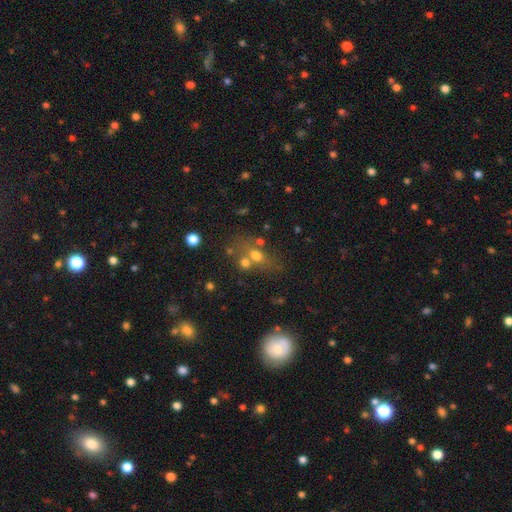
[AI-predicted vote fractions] smooth_or_featured: smooth (p=0.60) [alt: featured or disk p=0.20]
how_rounded: in between (p=0.54) [alt: round p=0.40]
merging: none (p=0.44) [alt: merger p=0.36]